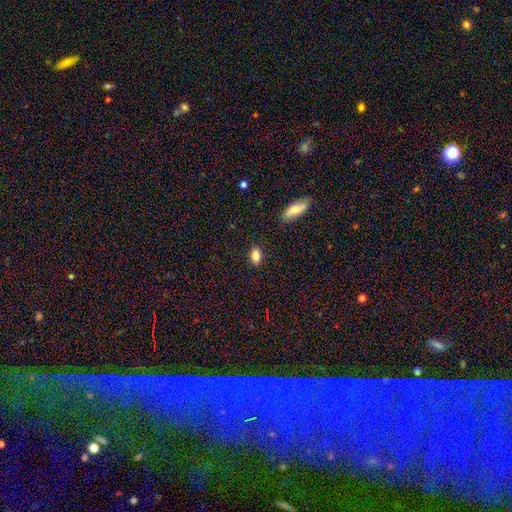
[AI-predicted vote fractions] Smooth or featured: smooth — 83% (star or artifact — 9%)
How rounded: in between — 83% (round — 13%)
Merging: none — 87% (minor disturbance — 9%)